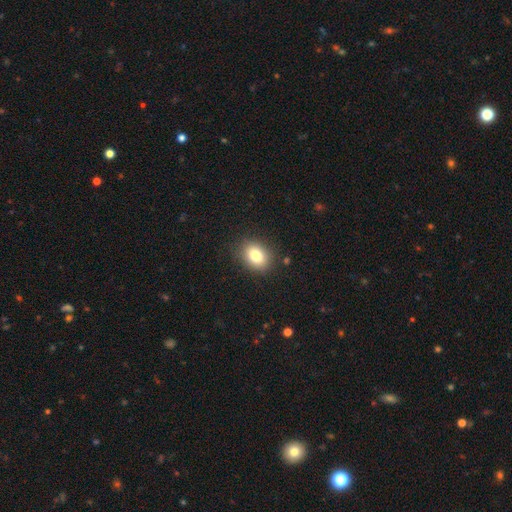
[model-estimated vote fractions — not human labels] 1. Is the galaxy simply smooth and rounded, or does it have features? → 81% smooth, 10% star or artifact, 9% featured or disk.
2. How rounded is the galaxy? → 61% in between, 38% round, 1% cigar-shaped.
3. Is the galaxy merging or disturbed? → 86% none, 10% minor disturbance, 3% major disturbance, 1% merger.